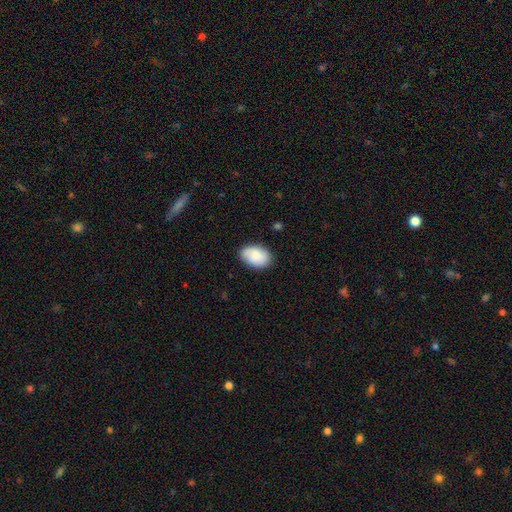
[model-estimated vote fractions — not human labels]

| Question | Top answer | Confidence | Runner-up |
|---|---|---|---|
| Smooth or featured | smooth | 79% | featured or disk (15%) |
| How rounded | in between | 89% | round (10%) |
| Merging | none | 82% | minor disturbance (14%) |